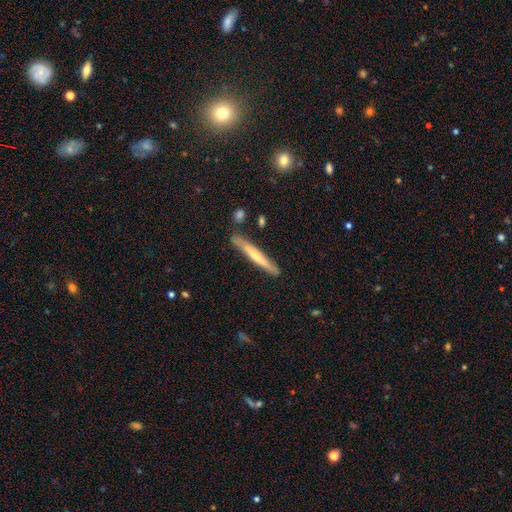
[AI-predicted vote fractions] Morphology: type=featured or disk (48%); merging=none (83%).